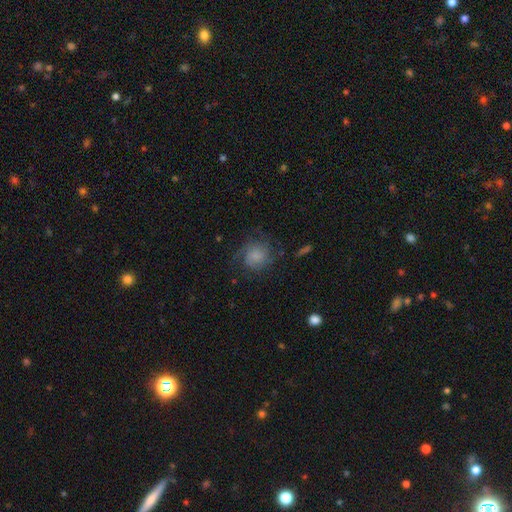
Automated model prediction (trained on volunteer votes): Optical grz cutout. It shows a smooth galaxy with no disk features (50%) that is round (82%). Merging: none (61%).